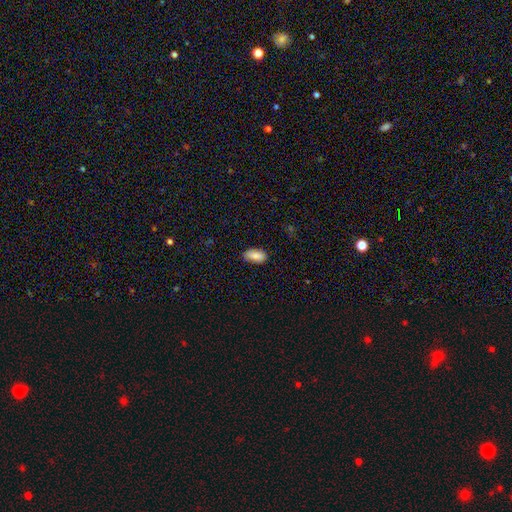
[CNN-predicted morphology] smooth-or-featured: smooth: 84% | featured or disk: 9% | star or artifact: 7%
  how-rounded: in between: 91% | cigar-shaped: 6% | round: 3%
  merging: none: 82% | minor disturbance: 15% | major disturbance: 2% | merger: 1%